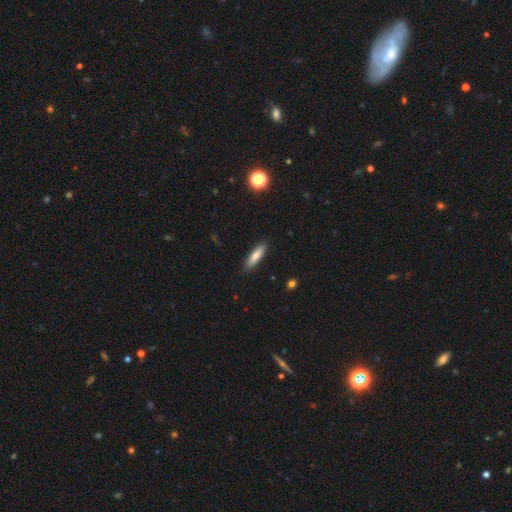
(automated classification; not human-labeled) Smooth or featured?
  - smooth: 77% *
  - featured or disk: 16%
  - star or artifact: 6%
How rounded?
  - cigar-shaped: 70% *
  - in between: 29%
  - round: 2%
Merging?
  - none: 88% *
  - minor disturbance: 9%
  - major disturbance: 2%
  - merger: 1%